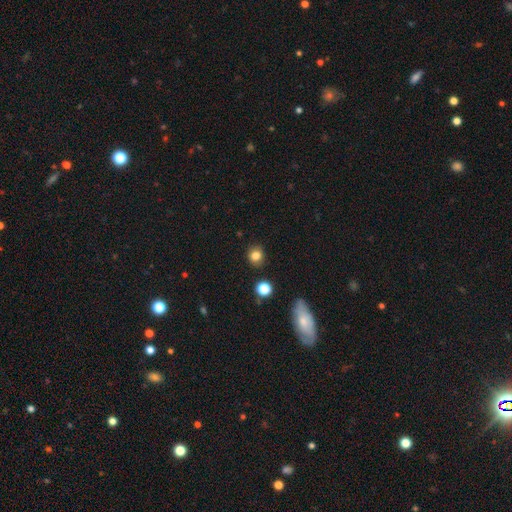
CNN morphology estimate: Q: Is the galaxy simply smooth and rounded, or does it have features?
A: smooth — 82%.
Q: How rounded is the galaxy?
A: round — 82%.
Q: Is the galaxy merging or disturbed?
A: none — 87%.